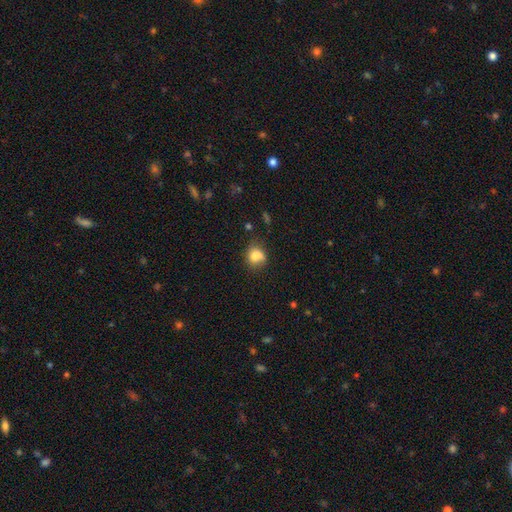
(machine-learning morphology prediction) Smooth or featured: smooth — 78% (featured or disk — 11%)
How rounded: round — 62% (in between — 36%)
Merging: none — 46% (minor disturbance — 25%)